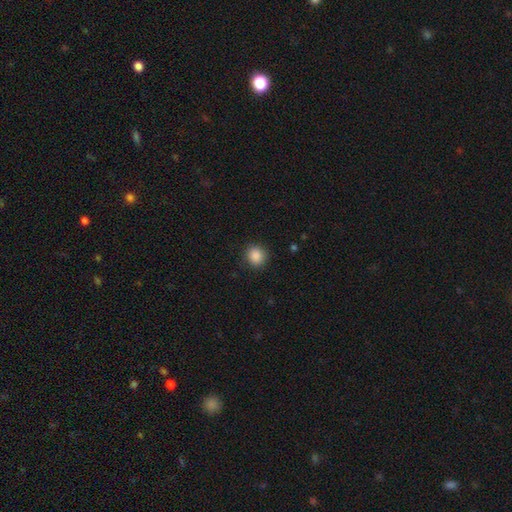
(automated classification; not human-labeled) This is clearly a smooth galaxy (88%). How rounded: clearly round (85%). Merging: clearly none (88%).